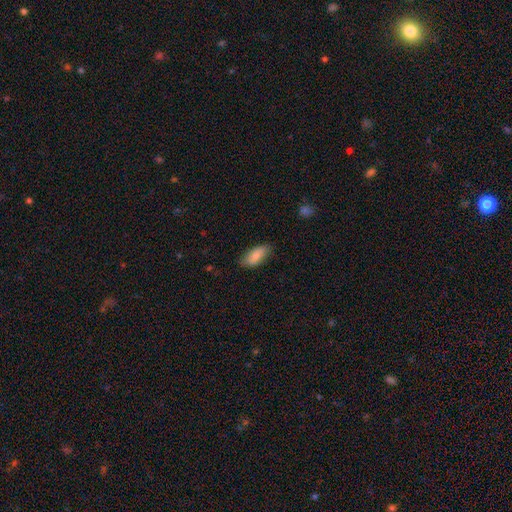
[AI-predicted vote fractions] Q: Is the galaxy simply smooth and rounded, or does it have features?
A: smooth — 81%.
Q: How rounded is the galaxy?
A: in between — 87%.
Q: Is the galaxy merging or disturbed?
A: none — 77%.